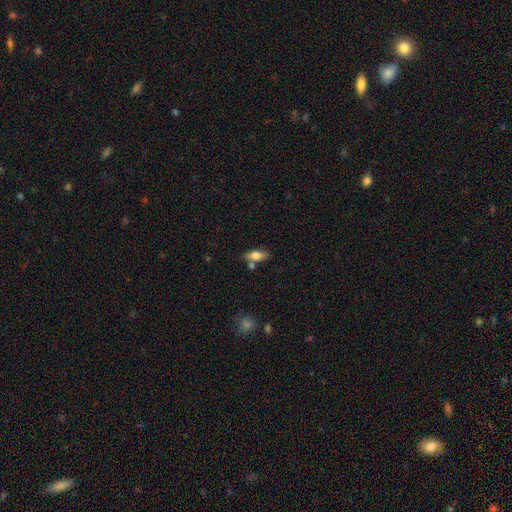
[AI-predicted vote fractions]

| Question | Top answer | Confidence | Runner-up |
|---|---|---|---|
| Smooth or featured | smooth | 67% | featured or disk (26%) |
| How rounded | in between | 71% | cigar-shaped (25%) |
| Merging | none | 69% | minor disturbance (15%) |